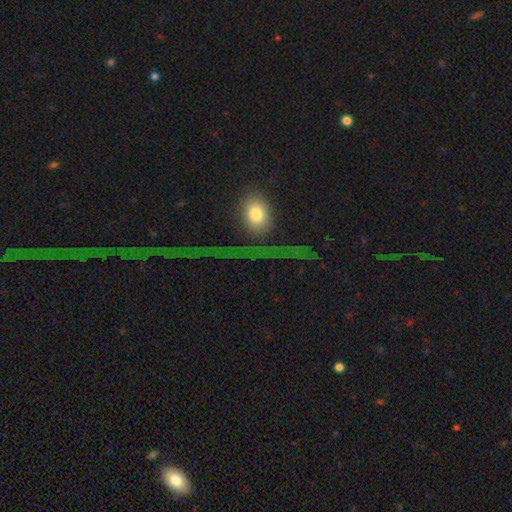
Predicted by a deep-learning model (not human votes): Overall: smooth (44%; star or artifact 39%). Merging: none (74%).